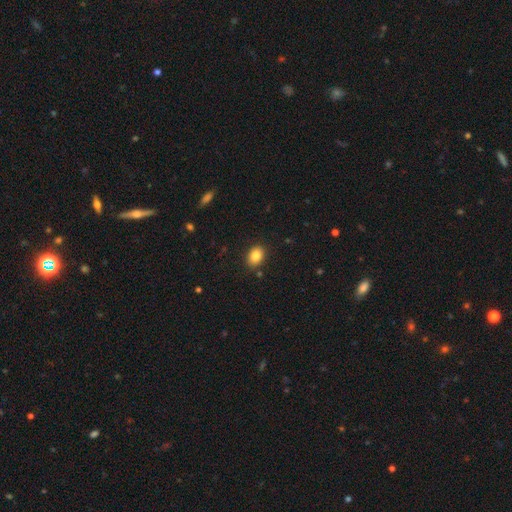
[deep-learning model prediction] This appears to be a smooth galaxy with no disk features (85%) that is in between round and cigar-shaped (73%). Merging: none (87%).